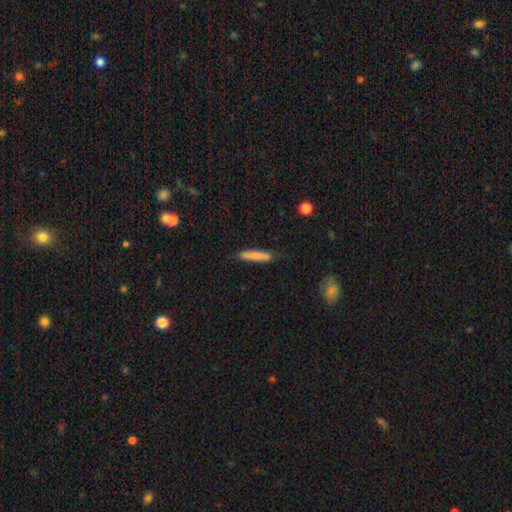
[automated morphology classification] A smooth galaxy with no disk features (75%) that is cigar-shaped (89%). Merging: none (78%).